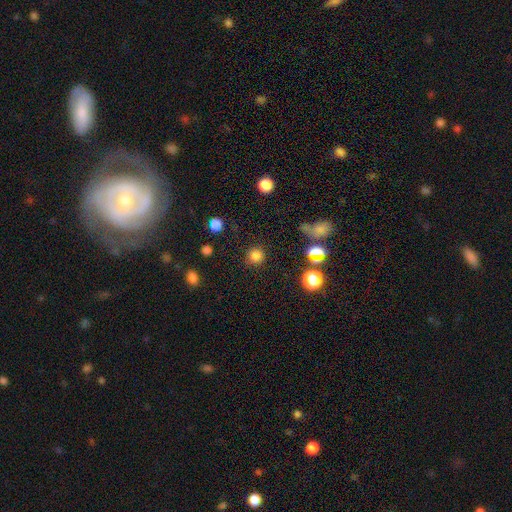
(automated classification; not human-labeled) This is likely a smooth galaxy (80%). How rounded: clearly round (93%). Merging: clearly none (87%).